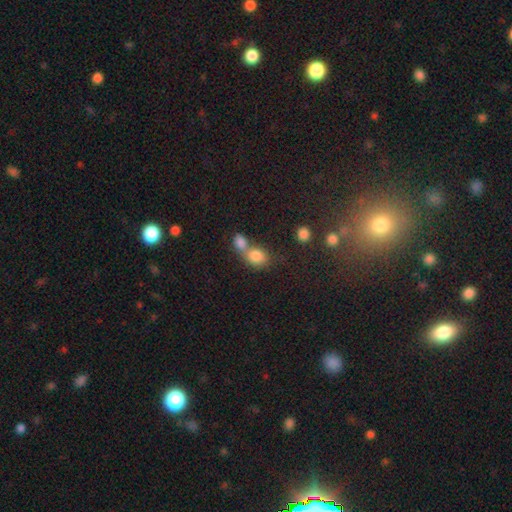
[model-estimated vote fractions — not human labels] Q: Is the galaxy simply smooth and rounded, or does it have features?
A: smooth — 80%.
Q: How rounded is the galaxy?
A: round — 51%.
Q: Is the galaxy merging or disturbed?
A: merger — 63%.